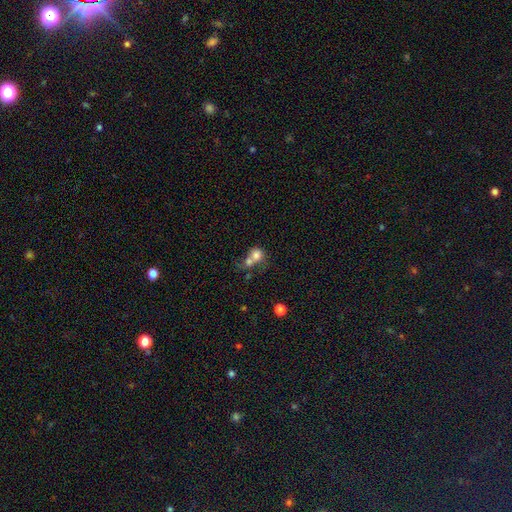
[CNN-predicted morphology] Q: Smooth or featured?
A: smooth (73%); runner-up: featured or disk (17%)
Q: How rounded?
A: round (68%); runner-up: in between (31%)
Q: Merging?
A: merger (67%); runner-up: none (18%)